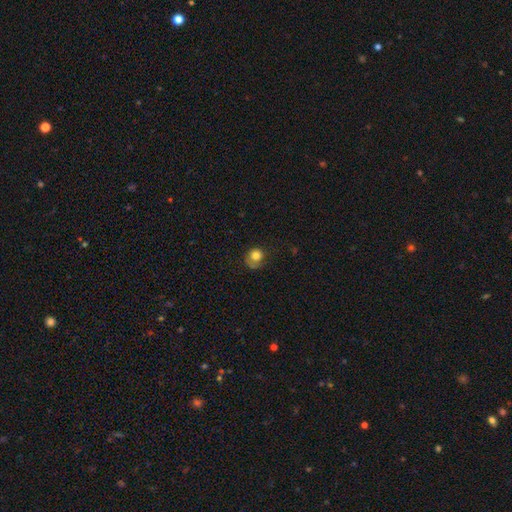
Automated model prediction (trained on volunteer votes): Smooth or featured? smooth (76%)
How rounded? round (78%)
Merging? none (48%)